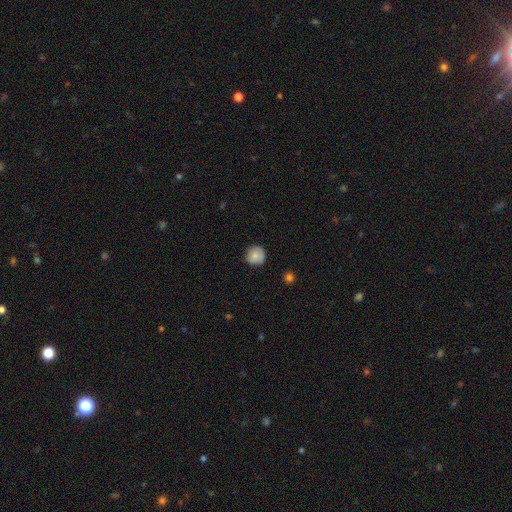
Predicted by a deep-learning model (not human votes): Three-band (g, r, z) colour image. It shows a smooth galaxy with no disk features (74%) that is round (92%). Merging: none (81%).